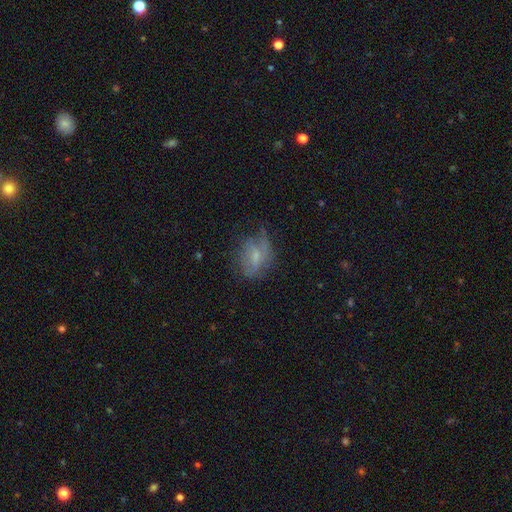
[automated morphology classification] smooth_or_featured: featured or disk (p=0.45) [alt: smooth p=0.42]
merging: none (p=0.53) [alt: minor disturbance p=0.28]